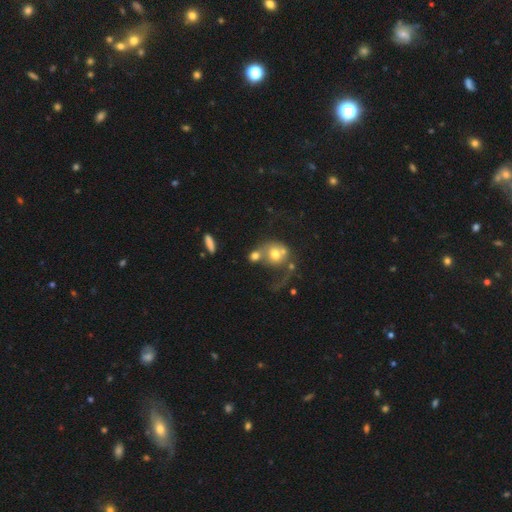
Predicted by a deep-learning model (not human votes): Overall: smooth (60%; featured or disk 29%). How rounded: round (70%). Merging: merger (52%; none 21%).